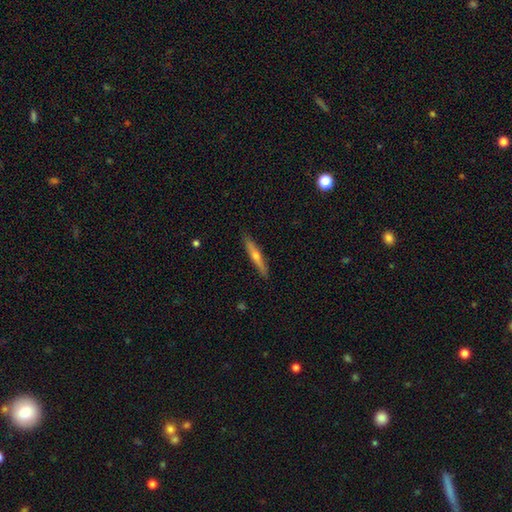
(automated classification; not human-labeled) Overall: featured or disk (61%; smooth 32%). Edge-on disk: yes (95%). Edge-on bulge: rounded (85%). Merging: none (91%).